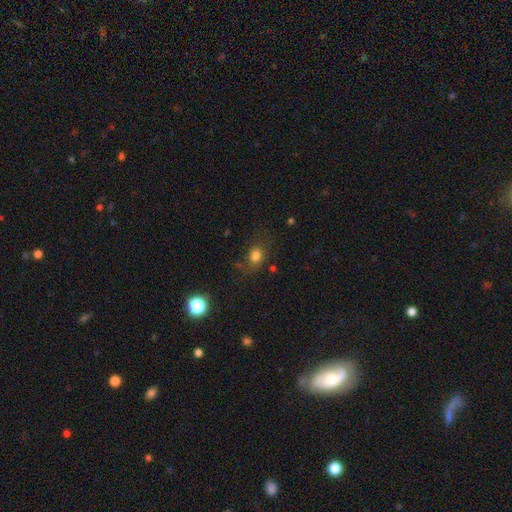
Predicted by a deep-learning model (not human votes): Q: Smooth or featured?
A: smooth (74%); runner-up: star or artifact (16%)
Q: How rounded?
A: in between (60%); runner-up: round (38%)
Q: Merging?
A: none (60%); runner-up: minor disturbance (22%)